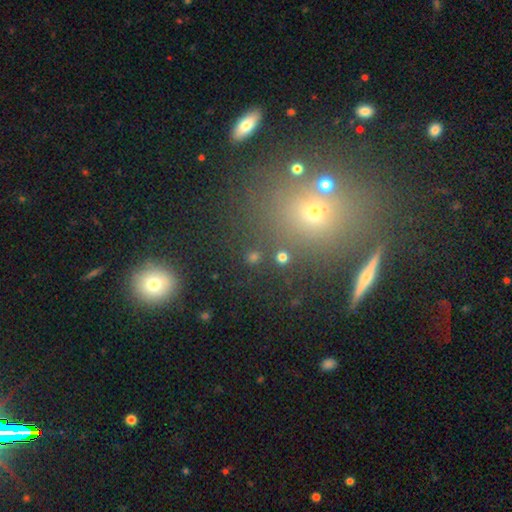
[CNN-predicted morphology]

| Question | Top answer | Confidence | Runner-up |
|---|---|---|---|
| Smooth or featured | smooth | 58% | star or artifact (29%) |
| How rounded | round | 75% | in between (21%) |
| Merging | none | 74% | minor disturbance (10%) |